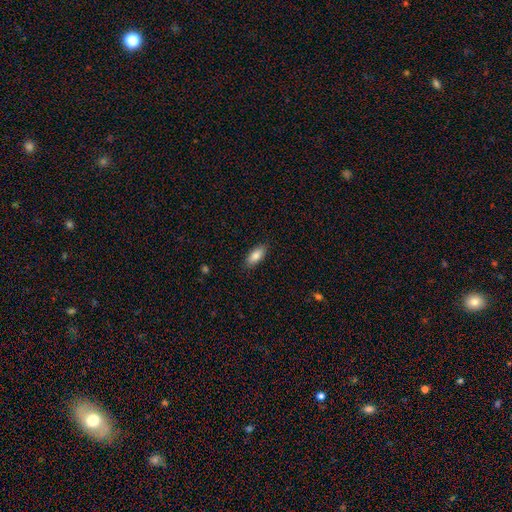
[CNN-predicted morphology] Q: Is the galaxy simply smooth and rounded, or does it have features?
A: smooth — 83%.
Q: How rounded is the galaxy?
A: in between — 85%.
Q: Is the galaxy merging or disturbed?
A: none — 88%.